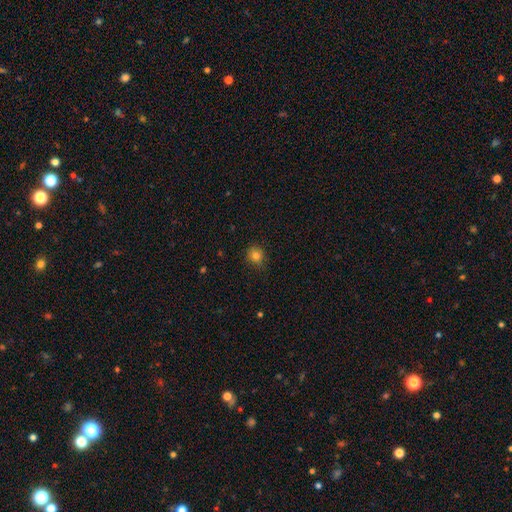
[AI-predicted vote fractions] Smooth or featured? smooth (79%)
How rounded? round (81%)
Merging? none (84%)